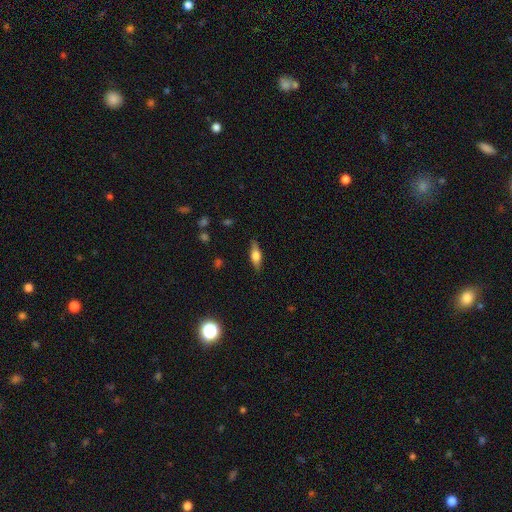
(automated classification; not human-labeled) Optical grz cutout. It shows a smooth galaxy with no disk features (49%). Merging: none (85%).